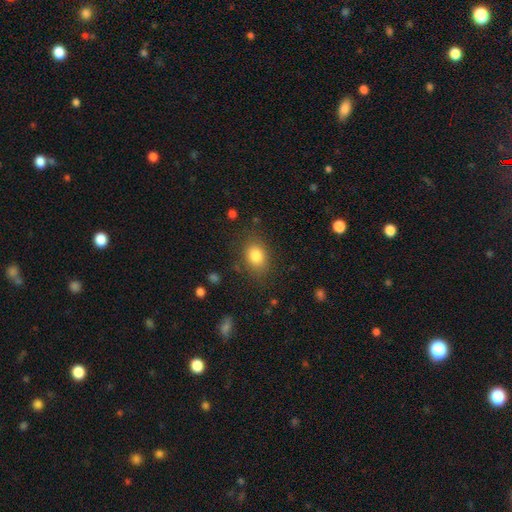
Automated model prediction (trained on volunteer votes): Smooth or featured?
  - smooth: 82% *
  - star or artifact: 10%
  - featured or disk: 8%
How rounded?
  - in between: 62% *
  - round: 37%
  - cigar-shaped: 1%
Merging?
  - none: 81% *
  - minor disturbance: 13%
  - major disturbance: 5%
  - merger: 2%